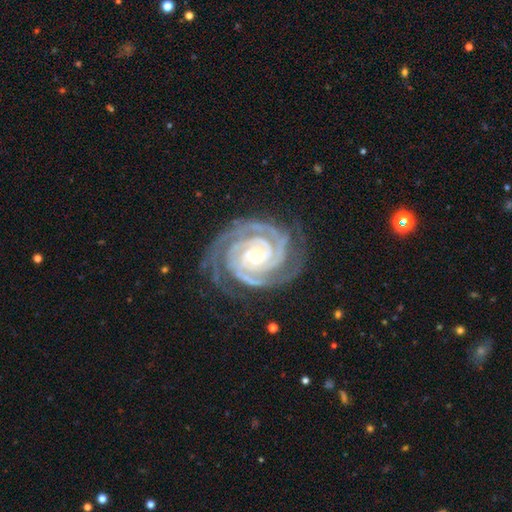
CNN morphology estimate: A featured or disk galaxy (93%) with no bar (65%), 2 (46%) tight (84%) spiral arms (99%) and a small central bulge (73%).

Vote fractions:
- Smooth or featured? featured or disk: 93% / star or artifact: 4% / smooth: 3%
- Edge-on disk? no: 98% / yes: 2%
- Bar? no: 65% / weak: 21% / strong: 14%
- Spiral arms? yes: 99% / no: 1%
- Spiral winding? tight: 84% / medium: 14% / loose: 1%
- Spiral arm count? 2: 46% / 3: 26% / 4: 10% / can't tell: 8% / more than 4: 6% / 1: 5%
- Bulge size? small: 73% / moderate: 21% / none: 3% / large: 2% / dominant: 1%
- Merging? none: 78% / minor disturbance: 15% / major disturbance: 5% / merger: 1%